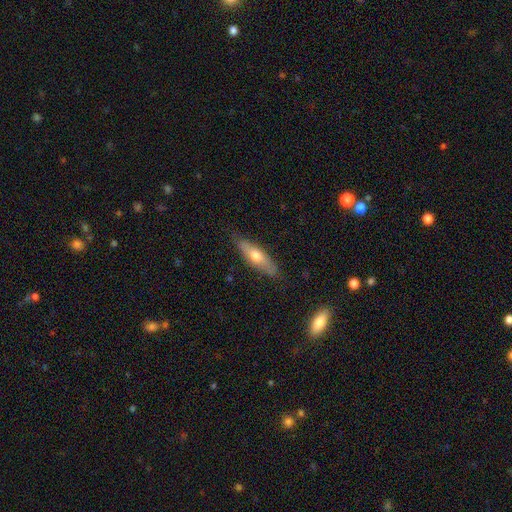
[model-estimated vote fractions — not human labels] Q: Smooth or featured?
A: smooth (55%); runner-up: featured or disk (39%)
Q: How rounded?
A: cigar-shaped (57%); runner-up: in between (41%)
Q: Merging?
A: none (81%); runner-up: minor disturbance (15%)